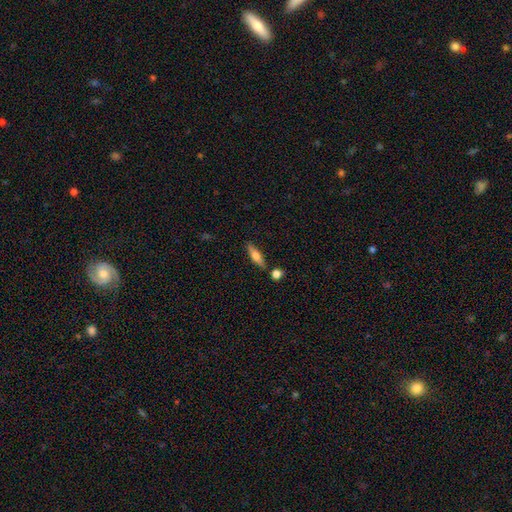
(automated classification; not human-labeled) smooth 56%, featured or disk 38%, star or artifact 7%. Down the decision tree: how rounded — cigar-shaped (64%); merging — none (78%).